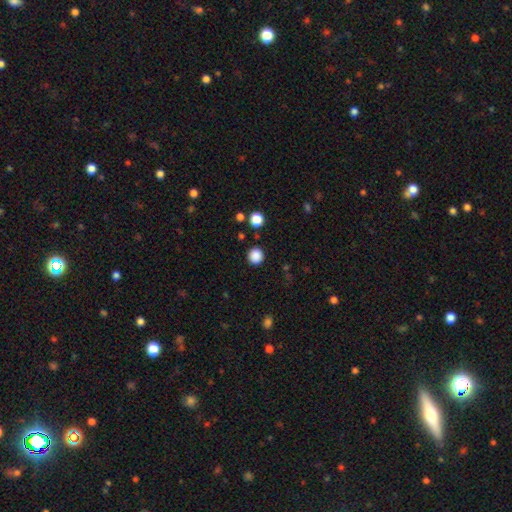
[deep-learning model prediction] Smooth or featured?
  - smooth: 86% *
  - star or artifact: 11%
  - featured or disk: 3%
How rounded?
  - round: 94% *
  - in between: 5%
  - cigar-shaped: 1%
Merging?
  - none: 90% *
  - minor disturbance: 6%
  - major disturbance: 2%
  - merger: 2%